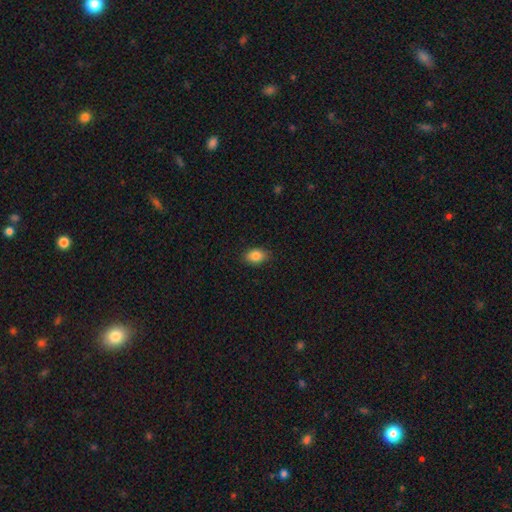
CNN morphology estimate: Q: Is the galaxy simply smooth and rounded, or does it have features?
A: smooth — 85%.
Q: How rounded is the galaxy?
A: in between — 80%.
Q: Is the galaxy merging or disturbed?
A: none — 85%.